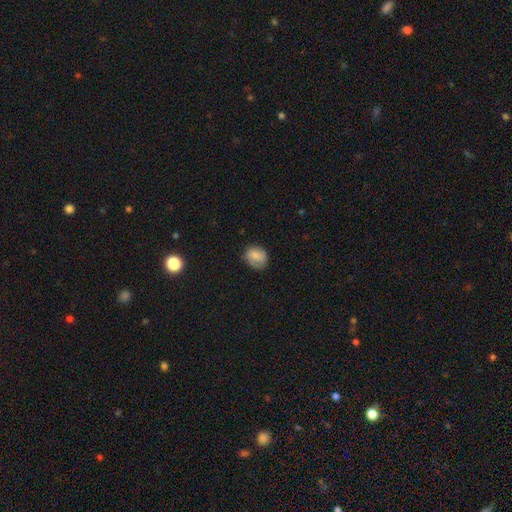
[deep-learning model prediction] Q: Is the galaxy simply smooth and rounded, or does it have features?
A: smooth — 77%.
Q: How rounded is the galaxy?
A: round — 56%.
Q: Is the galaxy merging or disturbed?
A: none — 68%.